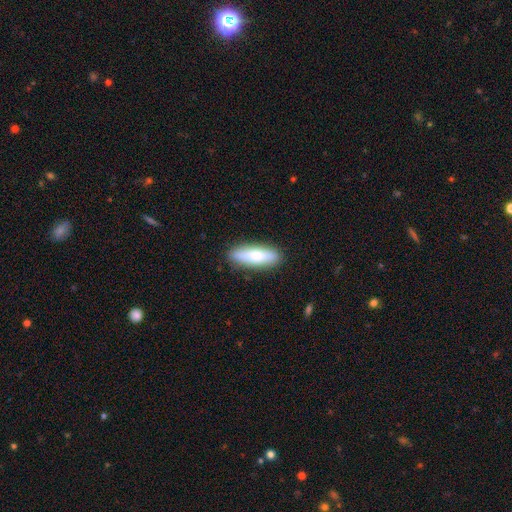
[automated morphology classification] This appears to be a smooth galaxy with no disk features (72%) that is cigar-shaped (53%). Merging: none (88%).